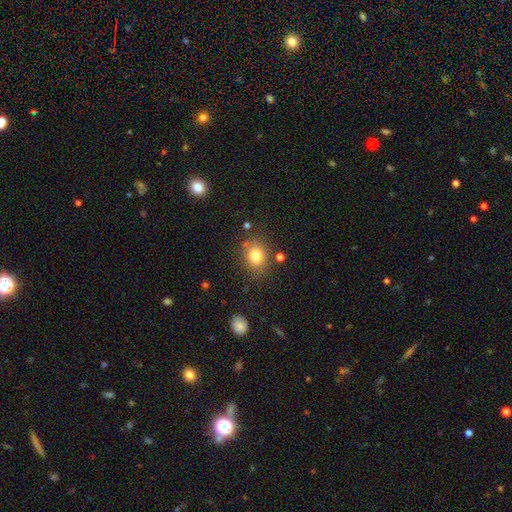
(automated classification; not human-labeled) Smooth or featured? smooth (79%)
How rounded? round (57%)
Merging? none (76%)